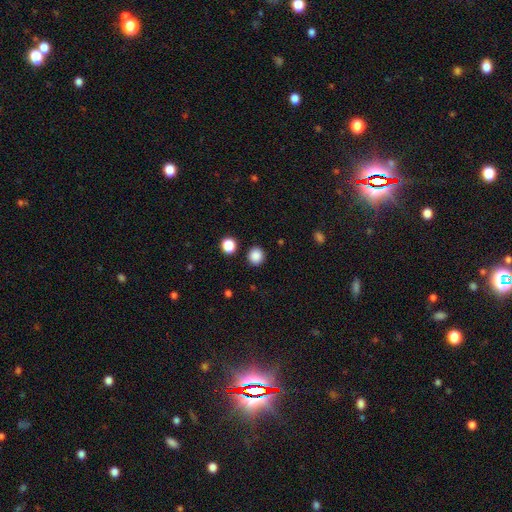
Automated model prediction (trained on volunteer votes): smooth 87%, star or artifact 10%, featured or disk 3%. Down the decision tree: how rounded — round (88%); merging — none (89%).